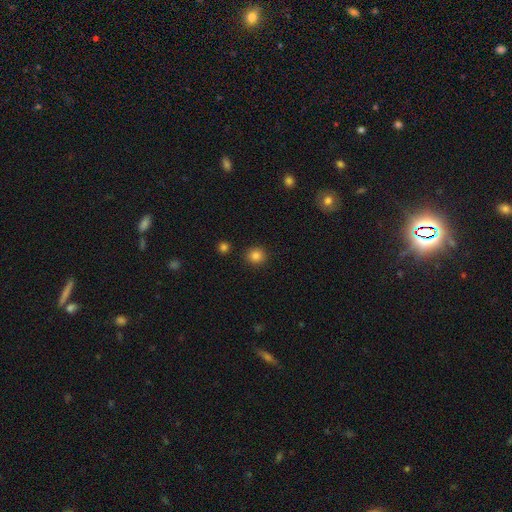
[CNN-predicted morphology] type=smooth (84%); roundness=round (91%); merging=none (91%).